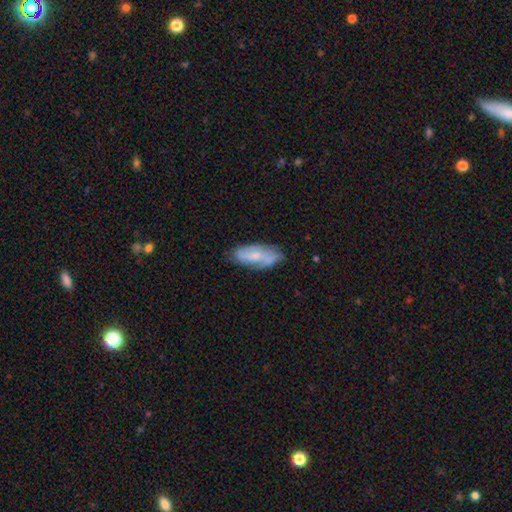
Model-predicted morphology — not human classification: smooth_or_featured: featured or disk (p=0.49) [alt: smooth p=0.44]
merging: none (p=0.66) [alt: minor disturbance p=0.24]